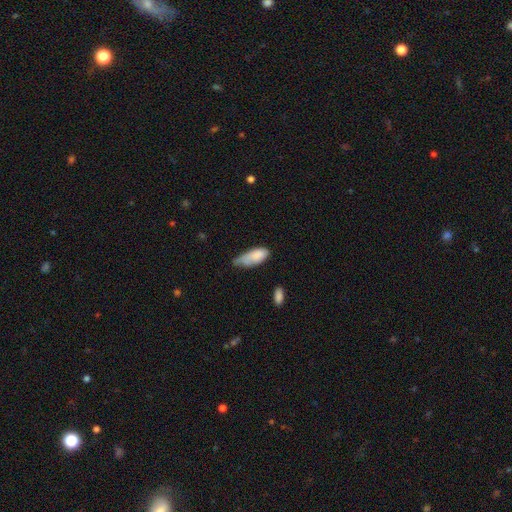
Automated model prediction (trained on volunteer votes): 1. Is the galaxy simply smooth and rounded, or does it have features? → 80% smooth, 13% featured or disk, 7% star or artifact.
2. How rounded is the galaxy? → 81% in between, 17% cigar-shaped, 2% round.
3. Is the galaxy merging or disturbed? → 48% minor disturbance, 26% none, 21% major disturbance, 6% merger.